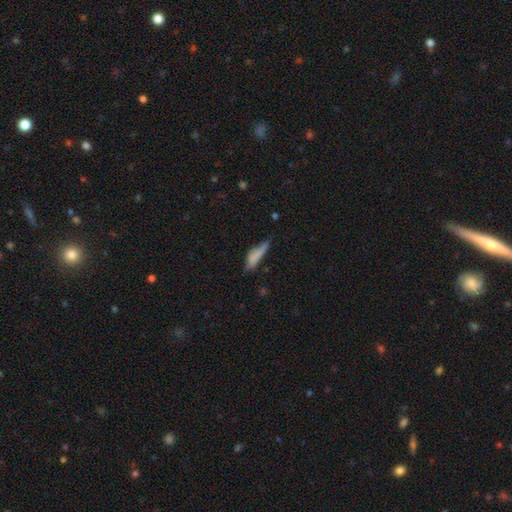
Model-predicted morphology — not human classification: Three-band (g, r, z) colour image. It shows a smooth galaxy with no disk features (71%) that is cigar-shaped (65%). Merging: none (41%).